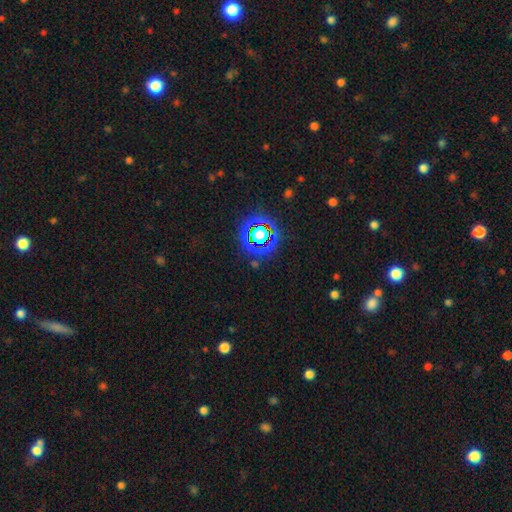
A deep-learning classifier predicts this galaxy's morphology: The model was most divided on "smooth or featured": star or artifact: 77%, smooth: 15%, featured or disk: 8%.